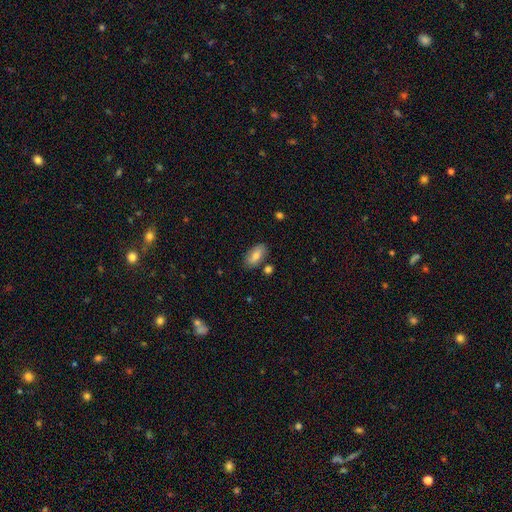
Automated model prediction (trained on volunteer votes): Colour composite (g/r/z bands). It shows a smooth galaxy with no disk features (74%) that is in between round and cigar-shaped (91%). Merging: none (80%).